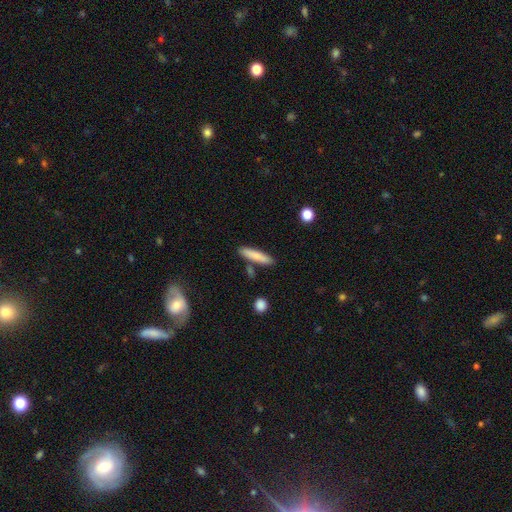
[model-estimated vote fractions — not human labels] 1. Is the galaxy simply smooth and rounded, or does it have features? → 80% smooth, 14% featured or disk, 6% star or artifact.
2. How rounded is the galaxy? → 84% cigar-shaped, 14% in between, 2% round.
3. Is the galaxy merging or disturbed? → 82% none, 10% minor disturbance, 6% merger, 2% major disturbance.